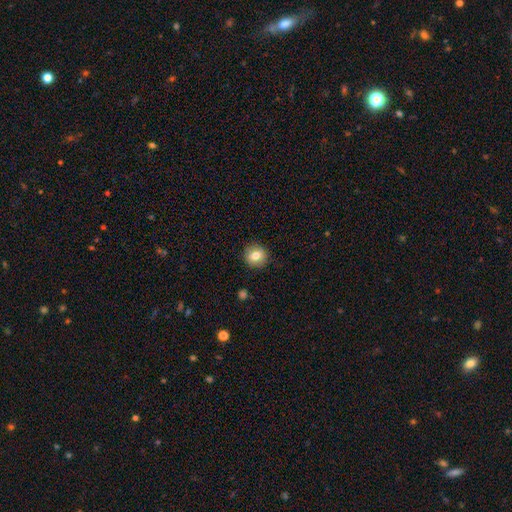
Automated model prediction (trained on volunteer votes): Morphology: type=smooth (79%); roundness=round (90%); merging=none (90%).